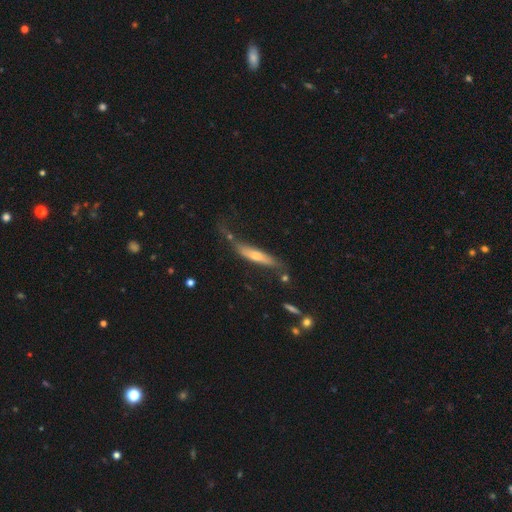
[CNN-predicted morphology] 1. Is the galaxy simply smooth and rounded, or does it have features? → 51% smooth, 43% featured or disk, 6% star or artifact.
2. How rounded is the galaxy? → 84% cigar-shaped, 14% in between, 2% round.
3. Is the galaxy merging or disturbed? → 45% none, 28% minor disturbance, 18% major disturbance, 8% merger.